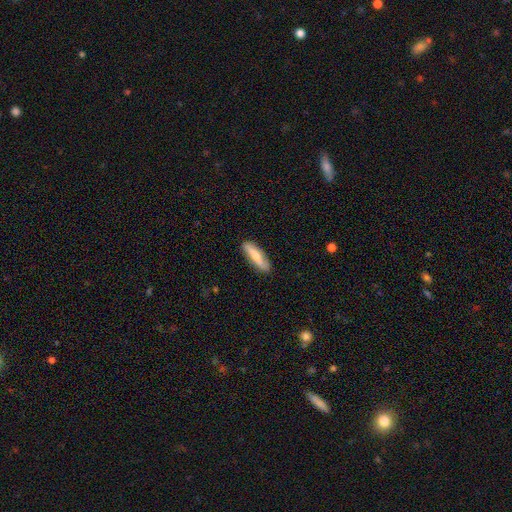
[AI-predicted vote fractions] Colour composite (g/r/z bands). It shows a smooth galaxy with no disk features (68%) that is cigar-shaped (69%). Merging: none (84%).